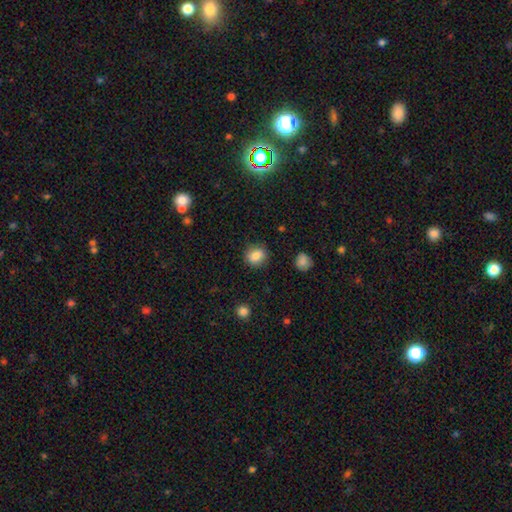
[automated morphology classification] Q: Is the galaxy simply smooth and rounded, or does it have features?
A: smooth — 85%.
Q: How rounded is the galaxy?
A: round — 69%.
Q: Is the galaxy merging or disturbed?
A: none — 85%.